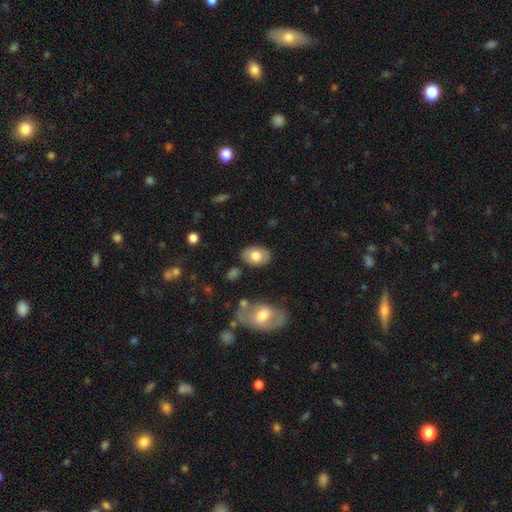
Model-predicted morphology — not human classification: A smooth galaxy with no disk features (71%) that is in between round and cigar-shaped (82%). Merging: none (83%).